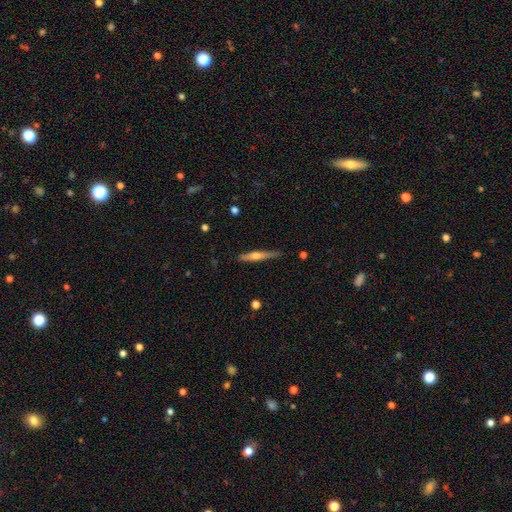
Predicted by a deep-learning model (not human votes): smooth_or_featured: featured or disk (p=0.58) [alt: smooth p=0.36]
disk_edge_on: yes (p=0.97) [alt: no p=0.03]
edge_on_bulge: rounded (p=0.85) [alt: none p=0.09]
merging: none (p=0.79) [alt: minor disturbance p=0.16]